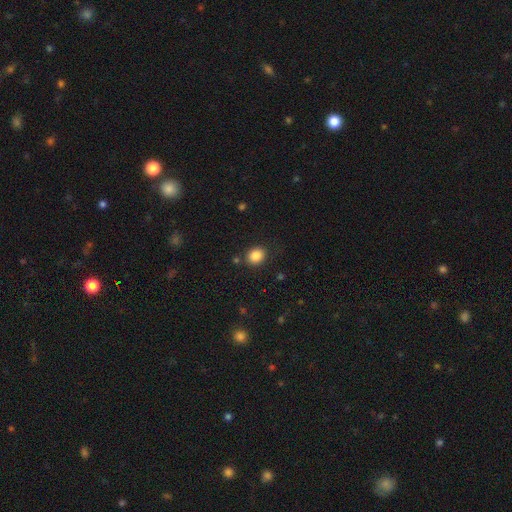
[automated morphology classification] Smooth or featured?
  - smooth: 86% *
  - star or artifact: 10%
  - featured or disk: 4%
How rounded?
  - round: 59% *
  - in between: 40%
  - cigar-shaped: 1%
Merging?
  - none: 85% *
  - minor disturbance: 9%
  - major disturbance: 3%
  - merger: 3%